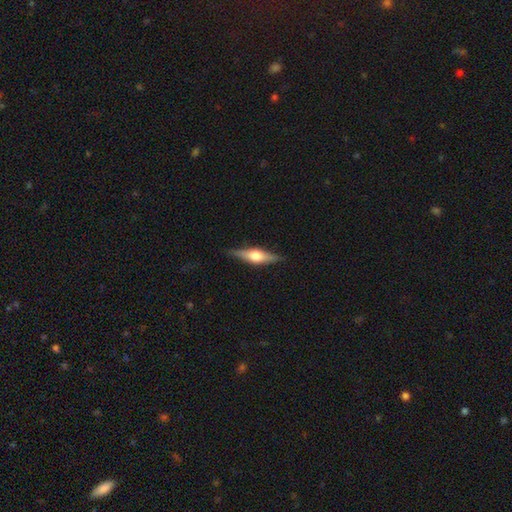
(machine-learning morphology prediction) featured or disk 65%, smooth 29%, star or artifact 6%. Down the decision tree: edge-on disk — yes (96%); edge-on bulge — rounded (90%); merging — none (87%).